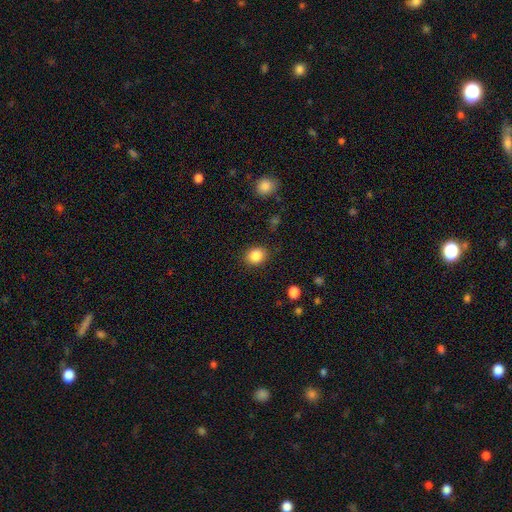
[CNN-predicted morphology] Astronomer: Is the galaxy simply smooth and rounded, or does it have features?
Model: smooth — 86%.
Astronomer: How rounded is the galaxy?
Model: round — 59% (runner-up: in between, 40%).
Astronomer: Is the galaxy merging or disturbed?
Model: none — 86%.